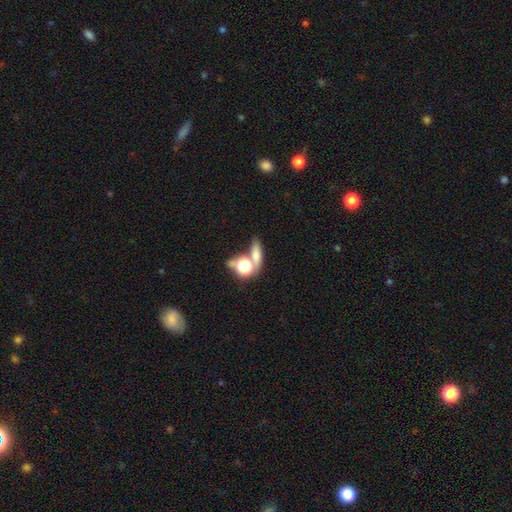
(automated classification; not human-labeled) Overall: smooth (64%). How rounded: in between (41%; round 32%). Merging: none (54%; merger 29%).